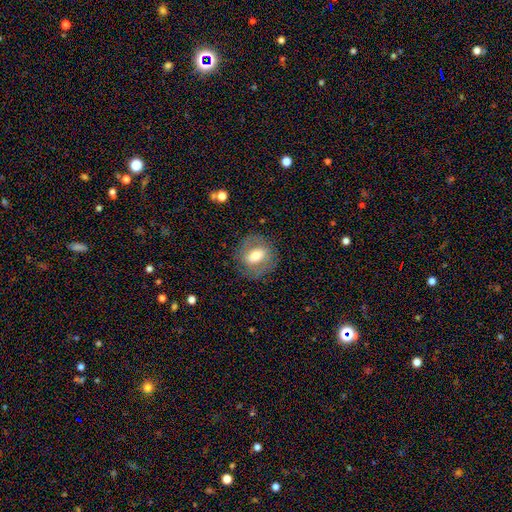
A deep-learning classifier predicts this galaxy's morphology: Overall: smooth (49%; featured or disk 44%). Merging: none (78%).